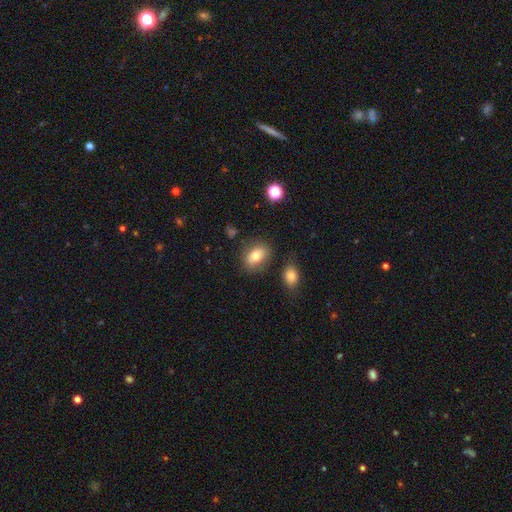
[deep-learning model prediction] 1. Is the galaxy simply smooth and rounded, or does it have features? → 76% smooth, 15% featured or disk, 9% star or artifact.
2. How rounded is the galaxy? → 80% in between, 18% round, 2% cigar-shaped.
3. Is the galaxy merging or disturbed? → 79% none, 13% minor disturbance, 5% merger, 4% major disturbance.